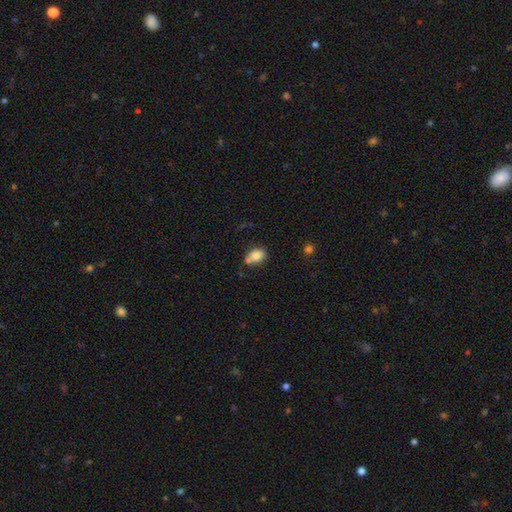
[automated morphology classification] Q: Smooth or featured?
A: smooth (80%); runner-up: featured or disk (11%)
Q: How rounded?
A: in between (74%); runner-up: round (24%)
Q: Merging?
A: none (58%); runner-up: minor disturbance (19%)